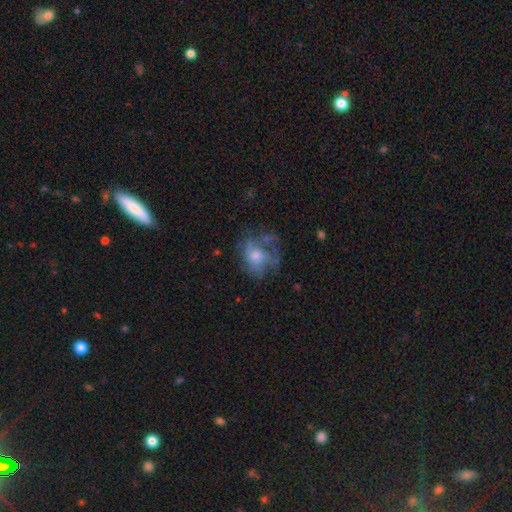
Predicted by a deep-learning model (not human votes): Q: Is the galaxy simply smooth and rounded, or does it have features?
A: featured or disk — 59%.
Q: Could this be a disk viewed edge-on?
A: no — 97%.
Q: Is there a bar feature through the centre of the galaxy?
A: no — 80%.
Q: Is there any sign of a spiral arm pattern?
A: yes — 61%.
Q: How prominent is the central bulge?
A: moderate — 53%.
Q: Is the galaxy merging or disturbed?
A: none — 49%.